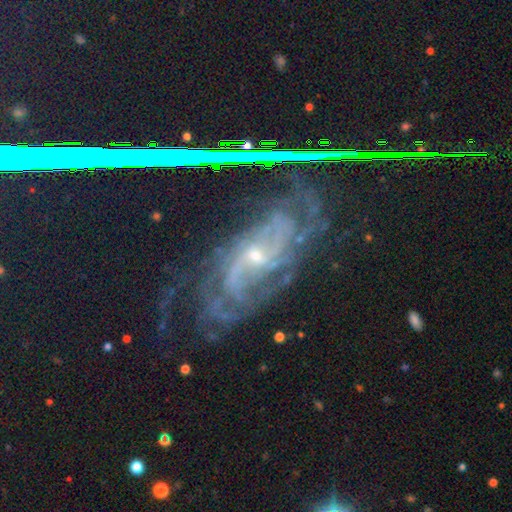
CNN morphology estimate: Q: Smooth or featured?
A: featured or disk (80%); runner-up: star or artifact (14%)
Q: Edge-on disk?
A: no (92%); runner-up: yes (8%)
Q: Bar?
A: no (54%); runner-up: weak (32%)
Q: Spiral arms?
A: yes (97%); runner-up: no (3%)
Q: Spiral winding?
A: tight (56%); runner-up: medium (34%)
Q: Spiral arm count?
A: can't tell (27%); runner-up: 2 (23%)
Q: Bulge size?
A: small (72%); runner-up: moderate (24%)
Q: Merging?
A: none (72%); runner-up: minor disturbance (17%)